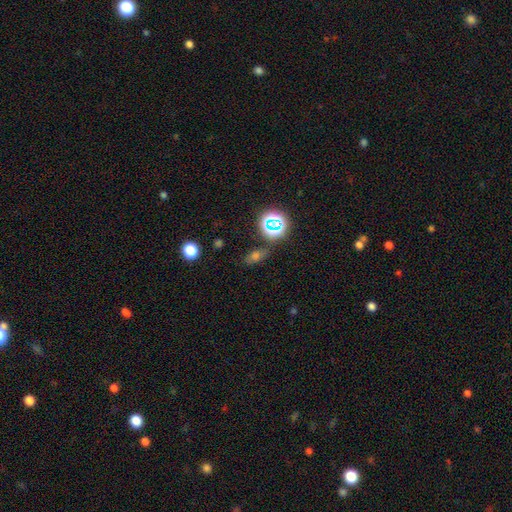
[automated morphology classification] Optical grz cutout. It shows a smooth galaxy with no disk features (46%). Merging: none (78%).